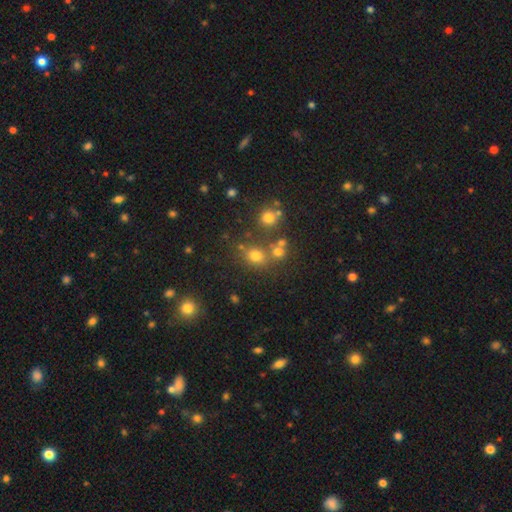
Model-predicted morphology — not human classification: Overall: smooth (69%). How rounded: round (73%). Merging: none (64%).